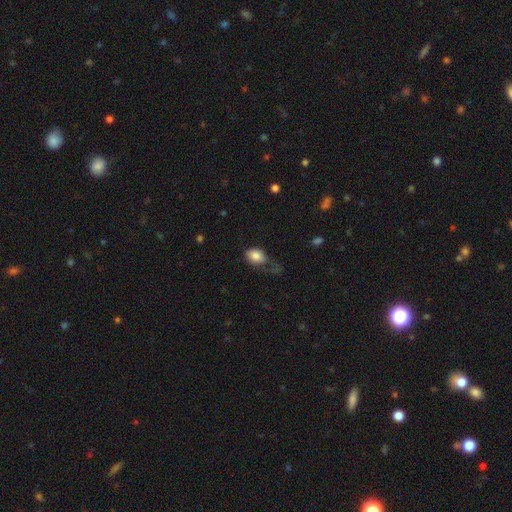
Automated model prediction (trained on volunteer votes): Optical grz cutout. It shows a smooth galaxy with no disk features (84%) that is in between round and cigar-shaped (78%). Merging: none (38%).